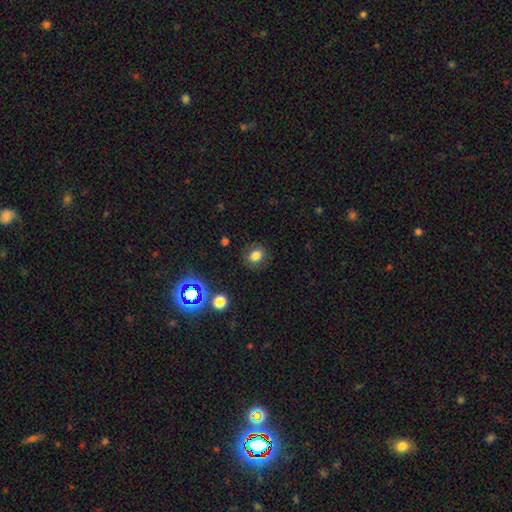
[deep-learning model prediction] This appears to be a smooth galaxy with no disk features (77%) that is round (59%). Merging: none (84%).